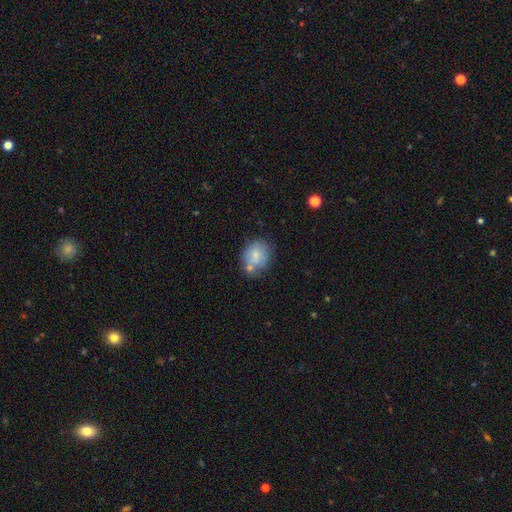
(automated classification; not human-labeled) smooth_or_featured: smooth (p=0.75) [alt: featured or disk p=0.17]
how_rounded: round (p=0.55) [alt: in between p=0.44]
merging: none (p=0.57) [alt: minor disturbance p=0.19]